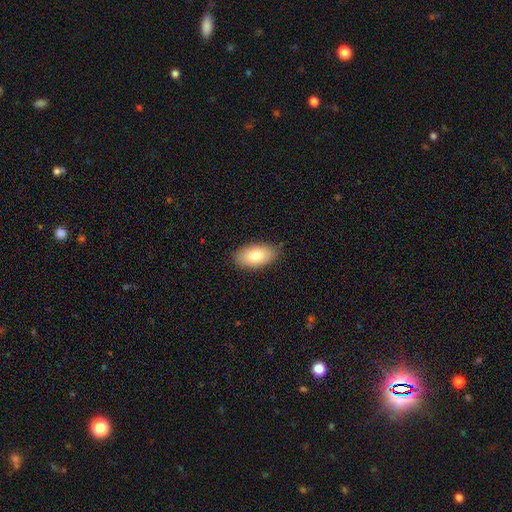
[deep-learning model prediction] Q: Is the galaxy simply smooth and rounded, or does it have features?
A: smooth — 76%.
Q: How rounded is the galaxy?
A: in between — 93%.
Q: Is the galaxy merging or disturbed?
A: none — 85%.